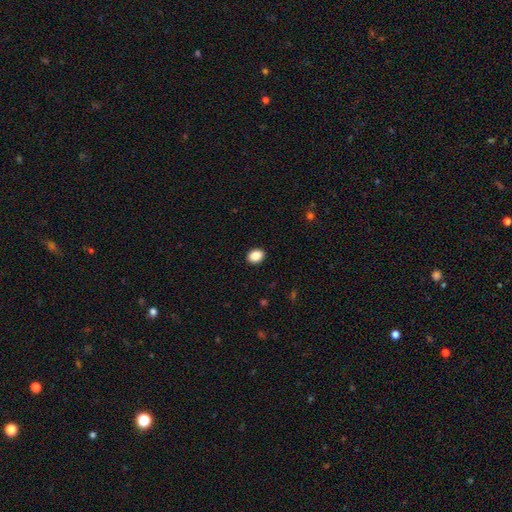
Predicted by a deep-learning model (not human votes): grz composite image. It shows a smooth galaxy with no disk features (89%) that is in between round and cigar-shaped (67%). Merging: none (91%).